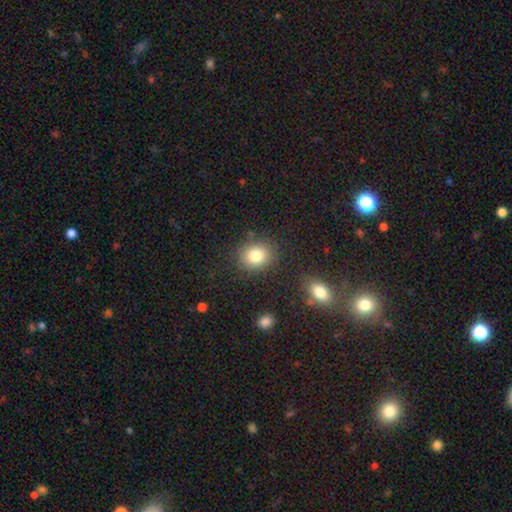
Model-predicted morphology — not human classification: This is clearly a smooth galaxy (81%). How rounded: likely round (67%). Merging: clearly none (84%).